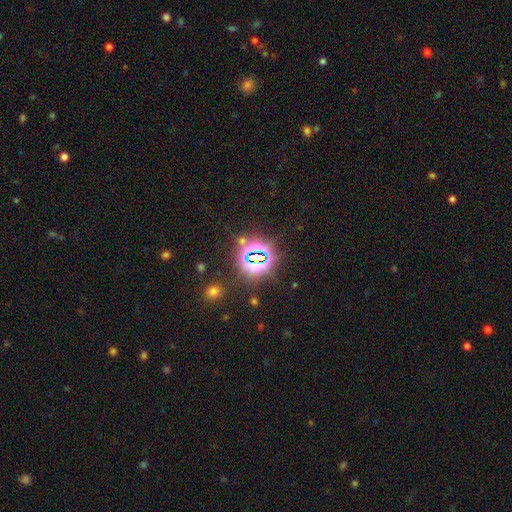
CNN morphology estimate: Smooth or featured: star or artifact — 78% (smooth — 14%)